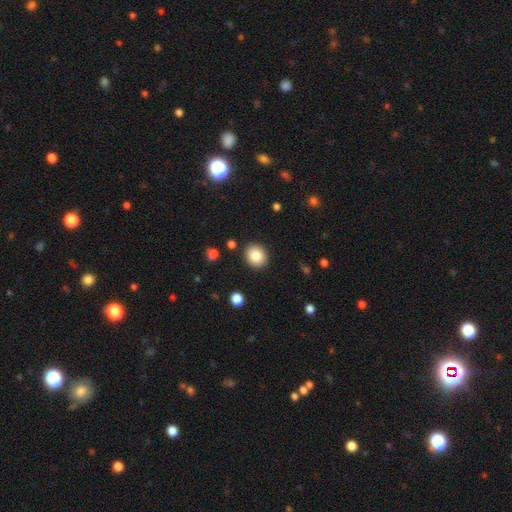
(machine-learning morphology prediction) This is clearly a smooth galaxy (84%). How rounded: clearly round (83%). Merging: clearly none (90%).